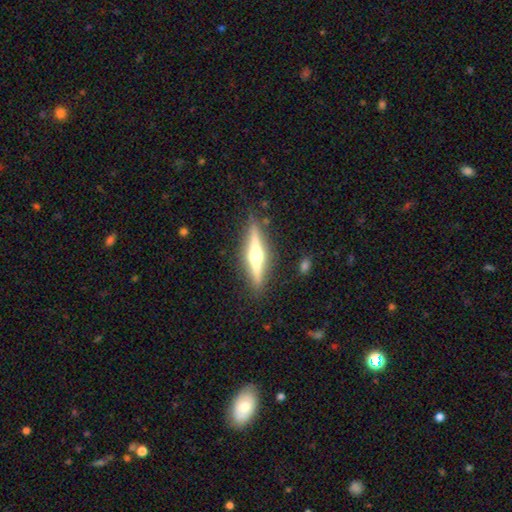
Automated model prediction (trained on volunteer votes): Smooth or featured: featured or disk — 77% (smooth — 17%)
Edge-on disk: yes — 97% (no — 3%)
Edge-on bulge: rounded — 96% (boxy — 3%)
Merging: none — 87% (minor disturbance — 9%)